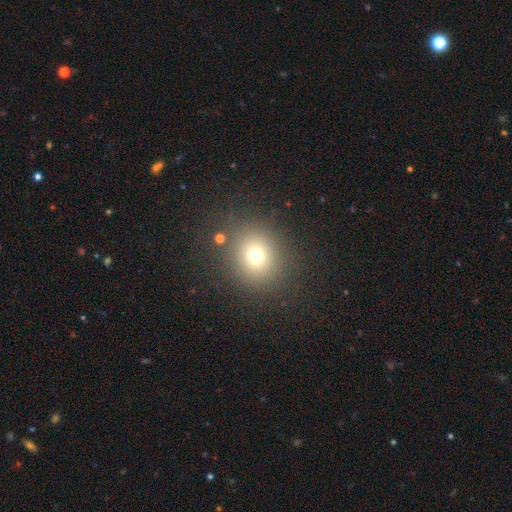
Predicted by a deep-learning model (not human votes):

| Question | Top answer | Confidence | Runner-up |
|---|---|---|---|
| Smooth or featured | smooth | 71% | star or artifact (19%) |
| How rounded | round | 86% | in between (13%) |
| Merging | none | 84% | minor disturbance (8%) |